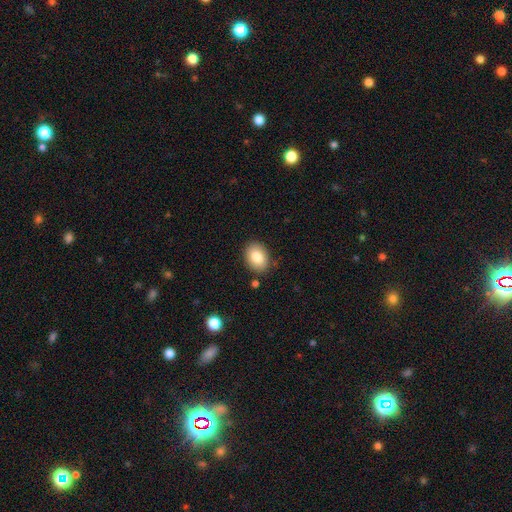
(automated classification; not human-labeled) A smooth galaxy with no disk features (84%) that is in between round and cigar-shaped (78%).

Vote fractions:
- Smooth or featured? smooth: 84% / featured or disk: 8% / star or artifact: 7%
- How rounded? in between: 78% / round: 21% / cigar-shaped: 1%
- Merging? none: 85% / minor disturbance: 10% / major disturbance: 3% / merger: 2%